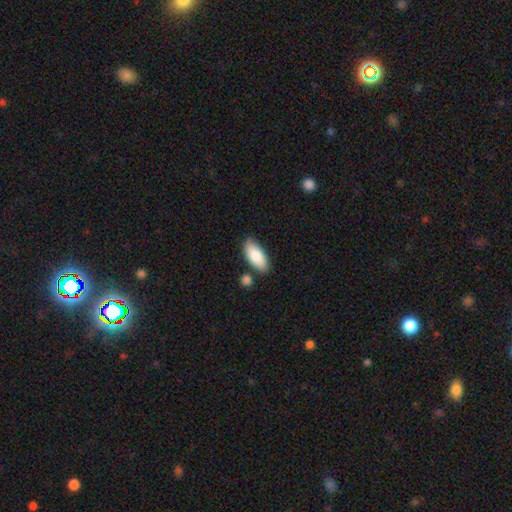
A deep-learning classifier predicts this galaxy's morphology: This appears to be a smooth galaxy with no disk features (84%) that is in between round and cigar-shaped (89%). Merging: none (75%).